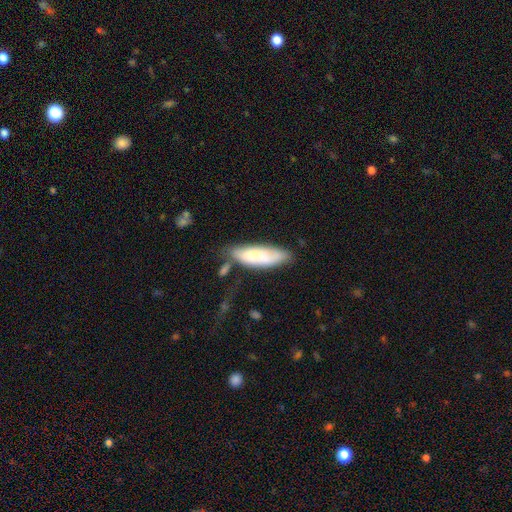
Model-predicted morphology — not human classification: A smooth galaxy with no disk features (75%) that is in between round and cigar-shaped (54%).

Vote fractions:
- Smooth or featured? smooth: 75% / featured or disk: 18% / star or artifact: 7%
- How rounded? in between: 54% / cigar-shaped: 44% / round: 2%
- Merging? none: 53% / minor disturbance: 27% / major disturbance: 10% / merger: 9%